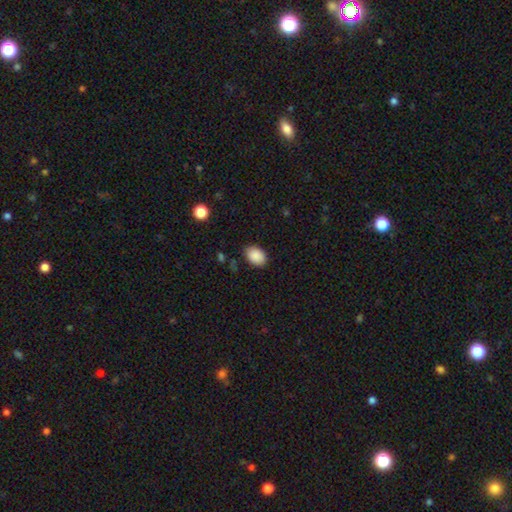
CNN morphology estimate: Overall: smooth (89%). How rounded: in between (79%). Merging: none (84%).